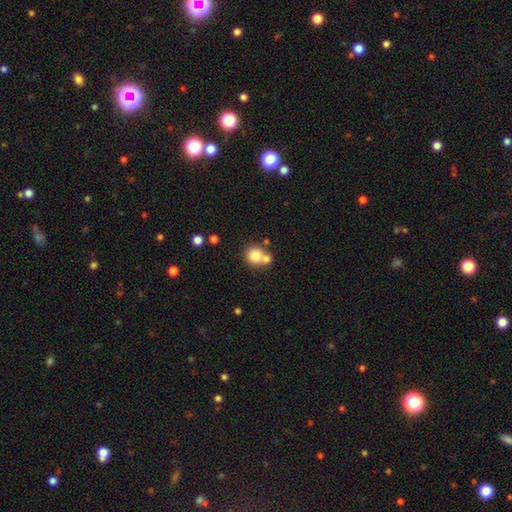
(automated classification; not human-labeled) Q: Smooth or featured?
A: smooth (79%); runner-up: featured or disk (11%)
Q: How rounded?
A: round (84%); runner-up: in between (15%)
Q: Merging?
A: none (46%); runner-up: merger (42%)